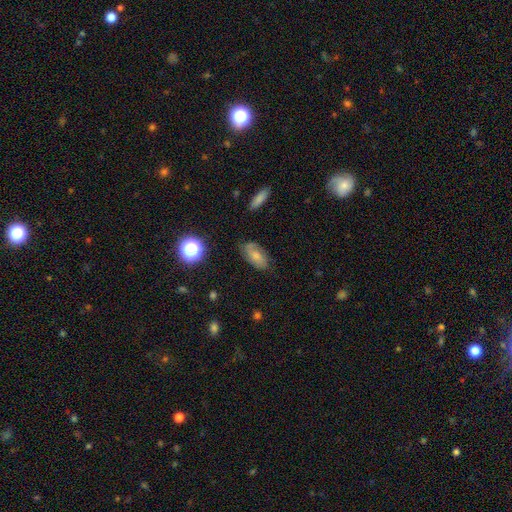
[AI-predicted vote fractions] smooth_or_featured: smooth (p=0.61) [alt: featured or disk p=0.29]
how_rounded: in between (p=0.90) [alt: round p=0.05]
merging: none (p=0.71) [alt: minor disturbance p=0.21]